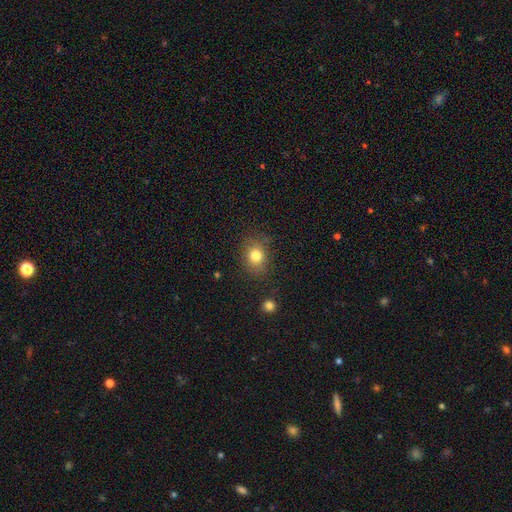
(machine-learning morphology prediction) Smooth or featured? Predicted: smooth (p=0.80). How rounded? Predicted: round (p=0.61). Merging? Predicted: none (p=0.82).